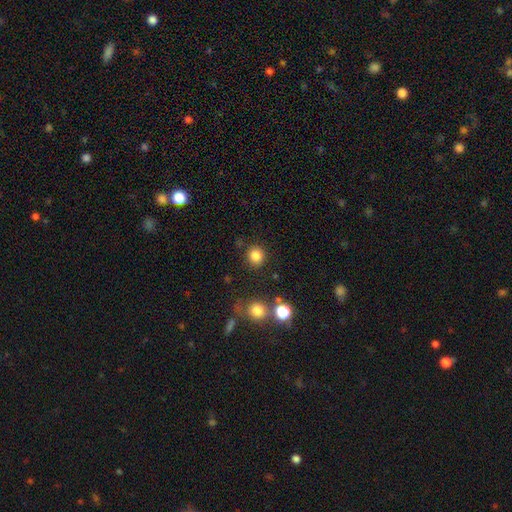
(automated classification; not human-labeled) smooth-or-featured: smooth: 84% | star or artifact: 12% | featured or disk: 4%
  how-rounded: round: 90% | in between: 9% | cigar-shaped: 1%
  merging: none: 86% | minor disturbance: 8% | merger: 3% | major disturbance: 3%